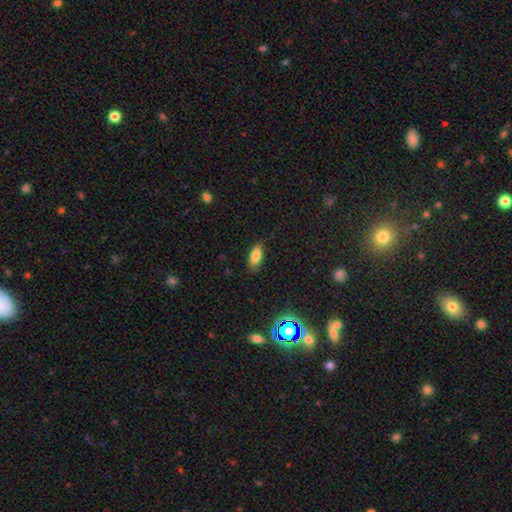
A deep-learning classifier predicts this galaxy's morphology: The model was most divided on "how rounded": in between: 81%, cigar-shaped: 16%, round: 3%. More confident: merging — none (83%); smooth or featured — smooth (82%).